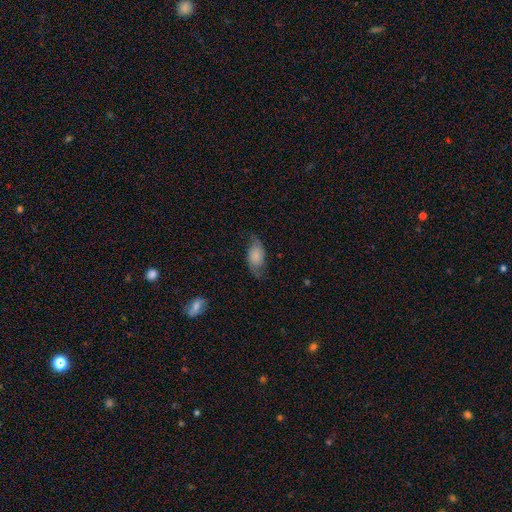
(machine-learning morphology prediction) Smooth or featured? featured or disk (47%)
Merging? none (65%)